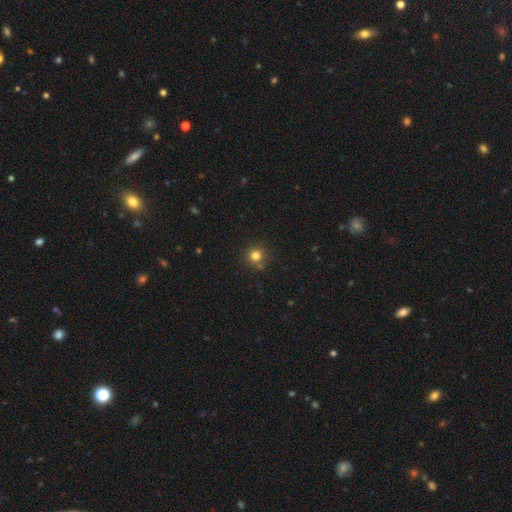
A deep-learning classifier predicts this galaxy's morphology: Smooth or featured? smooth (79%)
How rounded? round (93%)
Merging? none (80%)